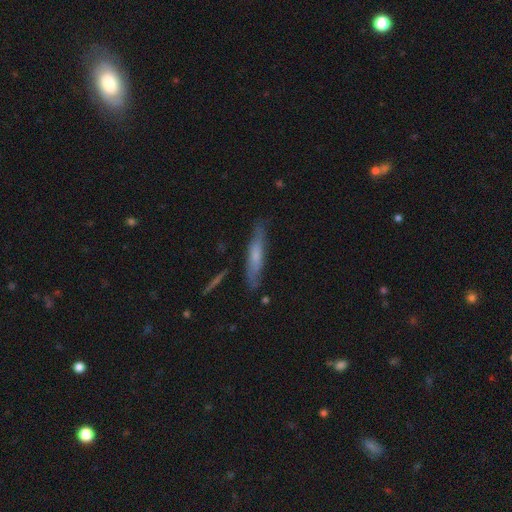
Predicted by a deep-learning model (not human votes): smooth_or_featured: smooth (p=0.49) [alt: featured or disk p=0.44]
merging: none (p=0.78) [alt: minor disturbance p=0.16]